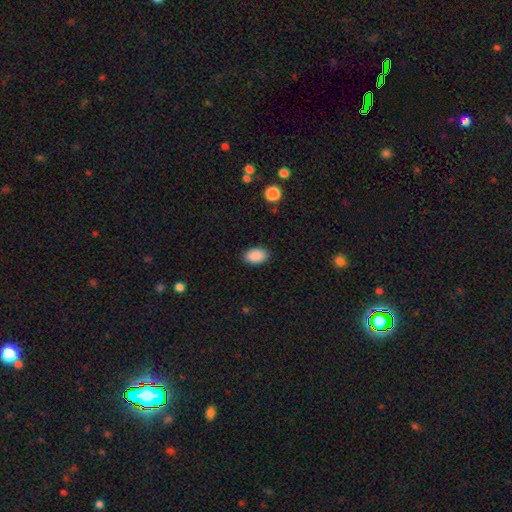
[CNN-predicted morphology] This is clearly a smooth galaxy (90%). How rounded: clearly in between (89%). Merging: clearly none (89%).